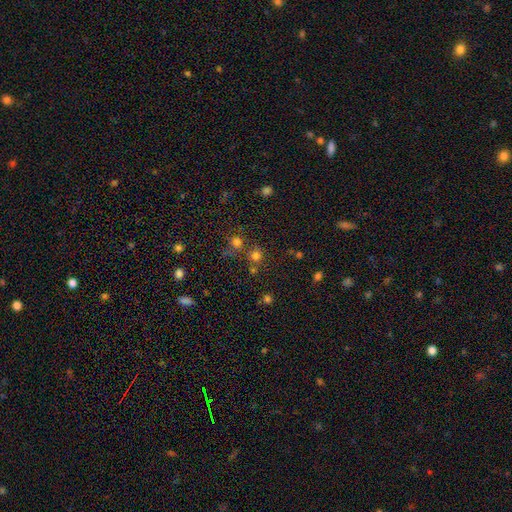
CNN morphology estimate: The model was most divided on "smooth or featured": smooth: 71%, star or artifact: 23%, featured or disk: 6%. More confident: how rounded — round (89%); merging — none (71%).